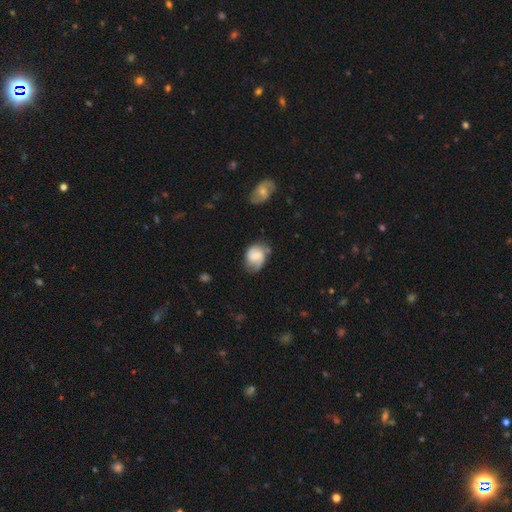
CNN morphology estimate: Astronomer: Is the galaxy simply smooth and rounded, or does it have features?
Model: smooth — 46%, tied with featured or disk at 46%.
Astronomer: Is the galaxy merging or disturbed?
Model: none — 53% (runner-up: minor disturbance, 31%).